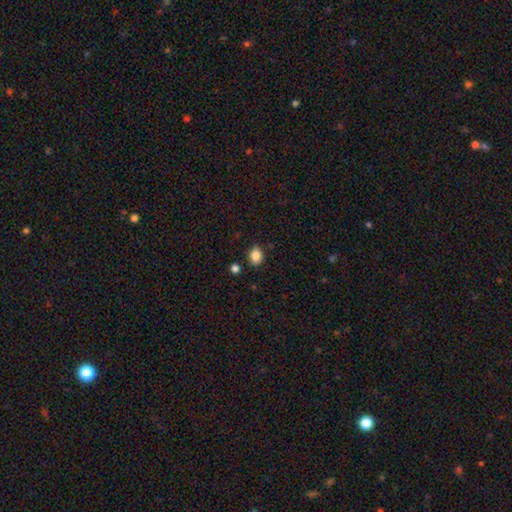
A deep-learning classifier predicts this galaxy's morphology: Smooth or featured? Predicted: smooth (p=0.86). How rounded? Predicted: in between (p=0.61). Merging? Predicted: none (p=0.84).